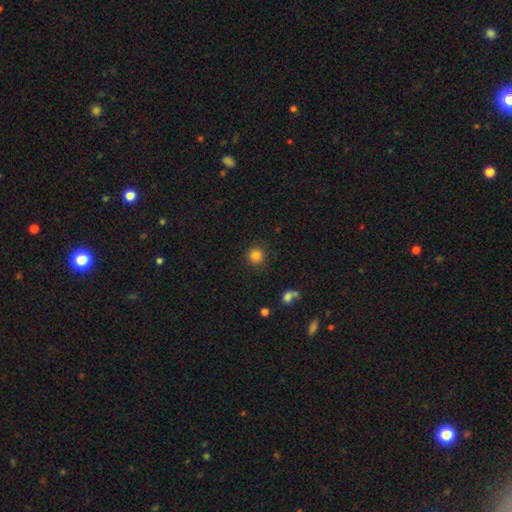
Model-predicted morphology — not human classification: A smooth galaxy with no disk features (83%) that is round (93%). Merging: none (89%).